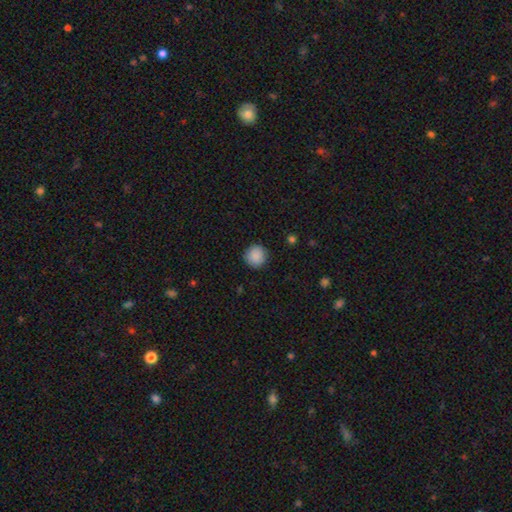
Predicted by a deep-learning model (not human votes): smooth 89%, star or artifact 8%, featured or disk 3%. Down the decision tree: how rounded — round (95%); merging — none (91%).